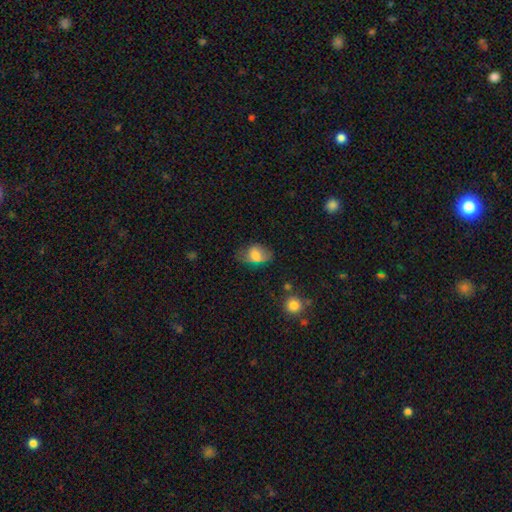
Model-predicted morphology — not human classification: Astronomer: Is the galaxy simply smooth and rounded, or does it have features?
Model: smooth — 72%.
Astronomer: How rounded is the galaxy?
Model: in between — 78%.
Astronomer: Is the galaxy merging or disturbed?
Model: none — 46% (runner-up: minor disturbance, 32%).